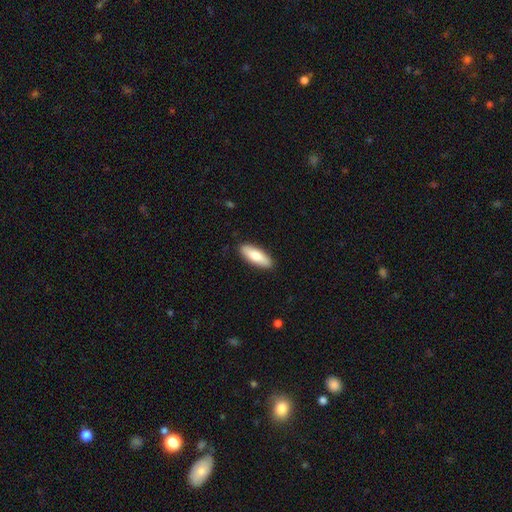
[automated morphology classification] This appears to be a smooth galaxy with no disk features (79%) that is in between round and cigar-shaped (57%). Merging: none (89%).